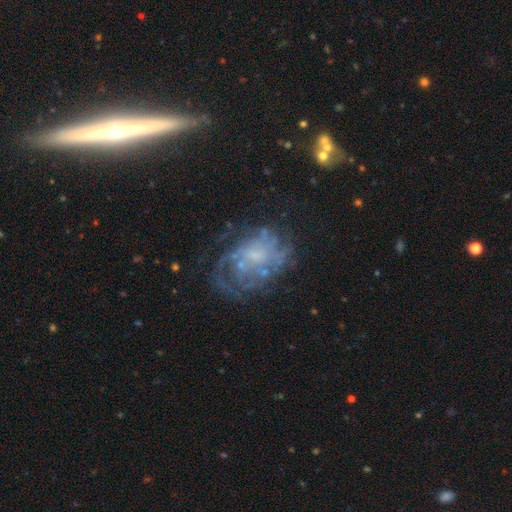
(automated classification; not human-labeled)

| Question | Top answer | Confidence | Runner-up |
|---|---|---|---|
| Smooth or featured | featured or disk | 72% | smooth (15%) |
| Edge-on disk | no | 97% | yes (3%) |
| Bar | no | 70% | weak (25%) |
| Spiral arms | yes | 71% | no (29%) |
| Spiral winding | tight | 46% | medium (34%) |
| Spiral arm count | can't tell | 57% | 2 (12%) |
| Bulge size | small | 42% | none (30%) |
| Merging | none | 53% | major disturbance (22%) |